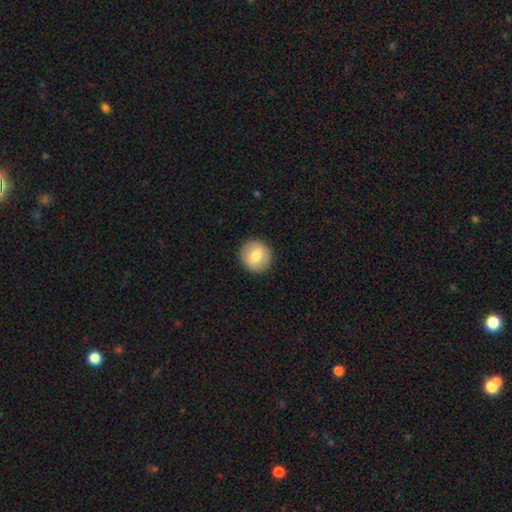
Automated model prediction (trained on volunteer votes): Overall: smooth (76%). How rounded: round (93%). Merging: none (92%).